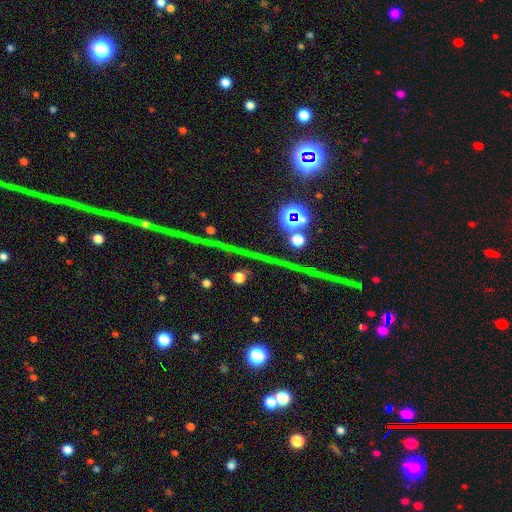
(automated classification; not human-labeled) This is likely a star or artifact rather than a galaxy (74%).